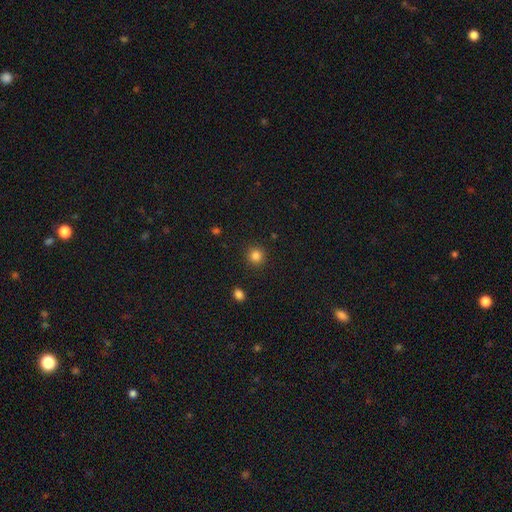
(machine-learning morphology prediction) smooth-or-featured: smooth: 84% | star or artifact: 12% | featured or disk: 4%
  how-rounded: round: 93% | in between: 6% | cigar-shaped: 1%
  merging: none: 91% | minor disturbance: 6% | major disturbance: 2% | merger: 1%